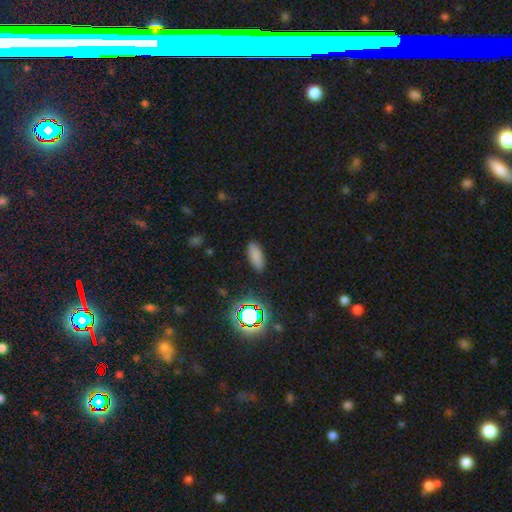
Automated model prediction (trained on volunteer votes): Morphology: type=smooth (79%); roundness=in between (79%); merging=none (87%).